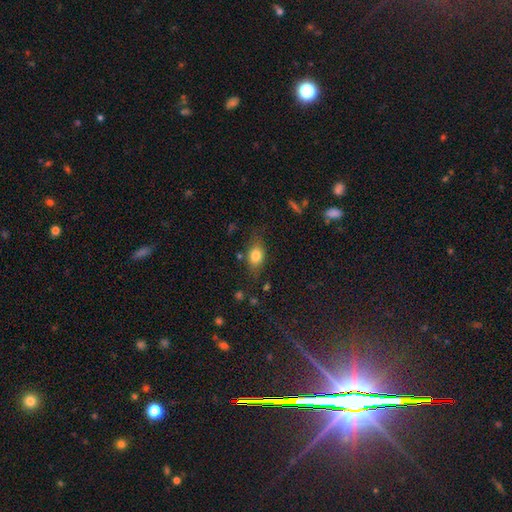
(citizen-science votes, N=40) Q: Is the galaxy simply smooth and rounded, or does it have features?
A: smooth — 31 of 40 (78%).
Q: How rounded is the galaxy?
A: in between — 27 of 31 (87%).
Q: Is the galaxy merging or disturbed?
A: none — 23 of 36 (64%).